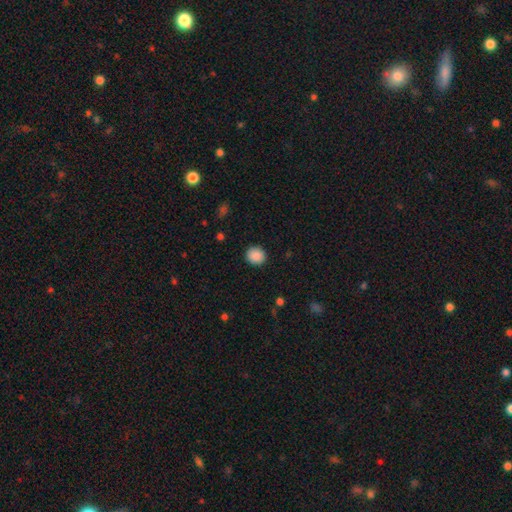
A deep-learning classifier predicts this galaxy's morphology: smooth_or_featured: smooth (p=0.89) [alt: star or artifact p=0.08]
how_rounded: round (p=0.83) [alt: in between p=0.16]
merging: none (p=0.90) [alt: minor disturbance p=0.07]